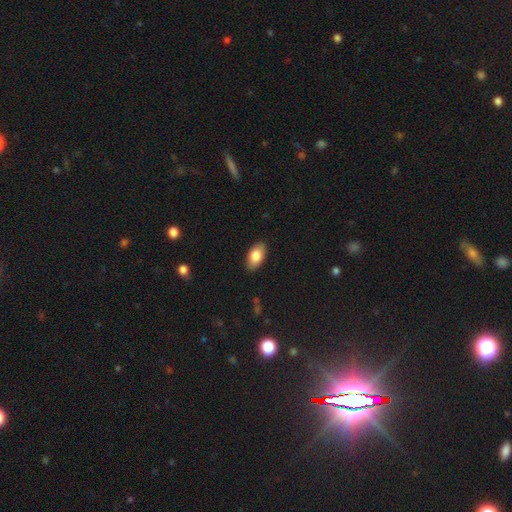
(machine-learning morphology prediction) This appears to be a smooth galaxy with no disk features (83%) that is in between round and cigar-shaped (94%). Merging: none (88%).